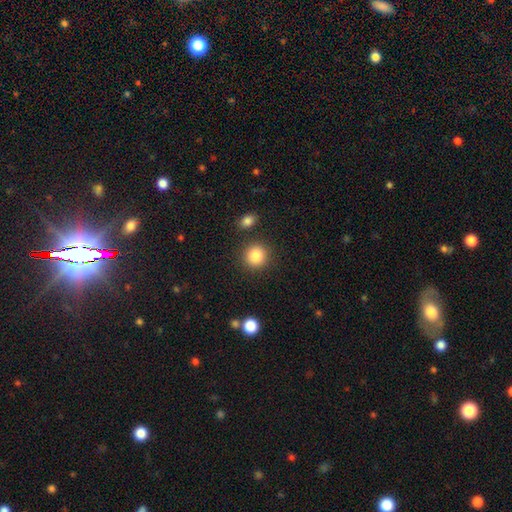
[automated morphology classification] This is clearly a smooth galaxy (85%). How rounded: clearly round (91%). Merging: clearly none (87%).